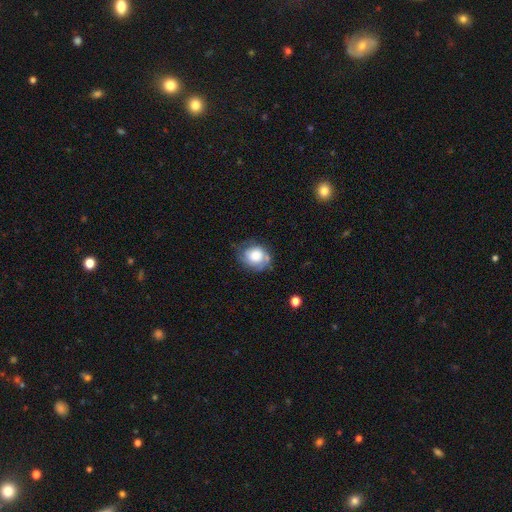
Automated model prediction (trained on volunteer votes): A smooth galaxy with no disk features (51%) that is round (67%). Merging: none (57%).